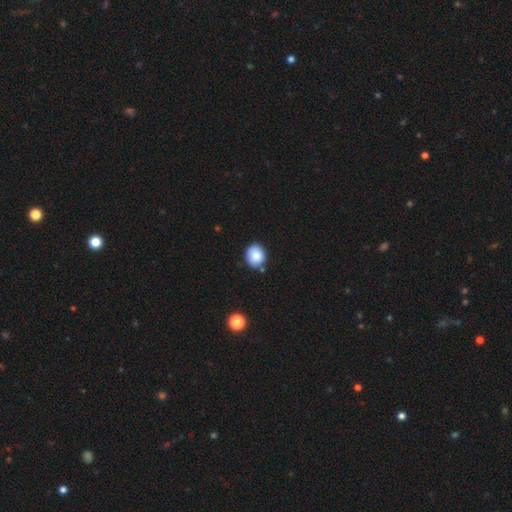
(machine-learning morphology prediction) smooth_or_featured: smooth (p=0.84) [alt: star or artifact p=0.09]
how_rounded: round (p=0.63) [alt: in between p=0.36]
merging: none (p=0.78) [alt: minor disturbance p=0.14]